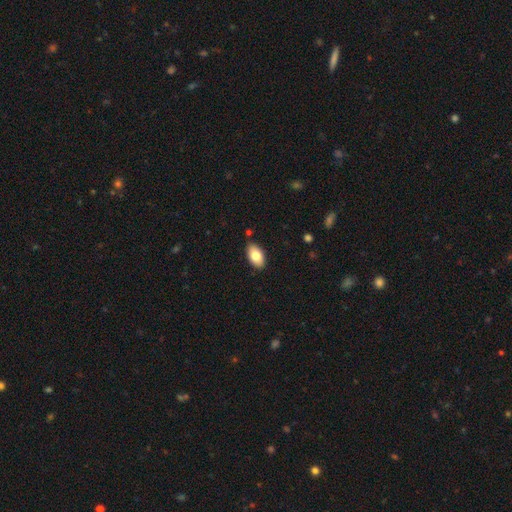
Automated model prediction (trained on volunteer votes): smooth 79%, featured or disk 14%, star or artifact 7%. Down the decision tree: how rounded — in between (93%); merging — none (87%).